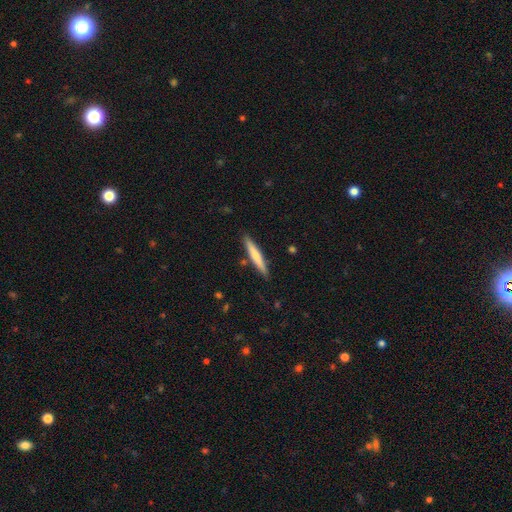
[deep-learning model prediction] This appears to be a smooth galaxy with no disk features (64%) that is cigar-shaped (95%). Merging: none (88%).